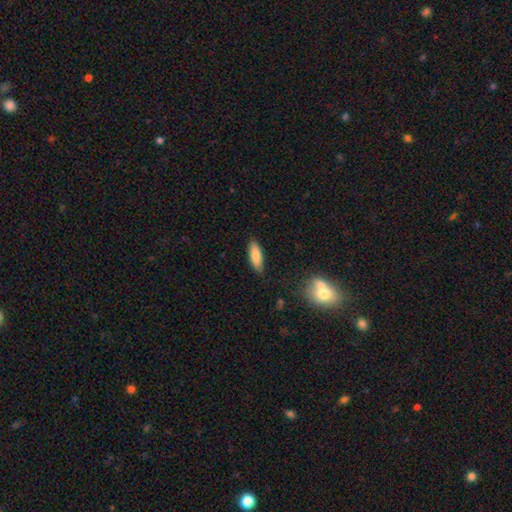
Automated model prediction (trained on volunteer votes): smooth_or_featured: smooth (p=0.81) [alt: featured or disk p=0.13]
how_rounded: in between (p=0.60) [alt: cigar-shaped p=0.38]
merging: none (p=0.84) [alt: minor disturbance p=0.11]